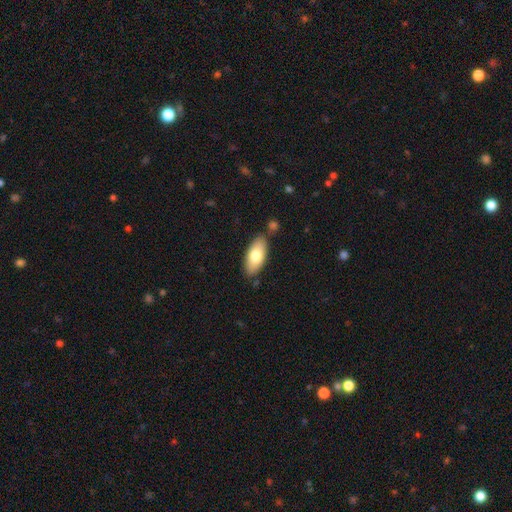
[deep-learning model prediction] smooth 74%, featured or disk 20%, star or artifact 6%. Down the decision tree: how rounded — in between (87%); merging — none (78%).